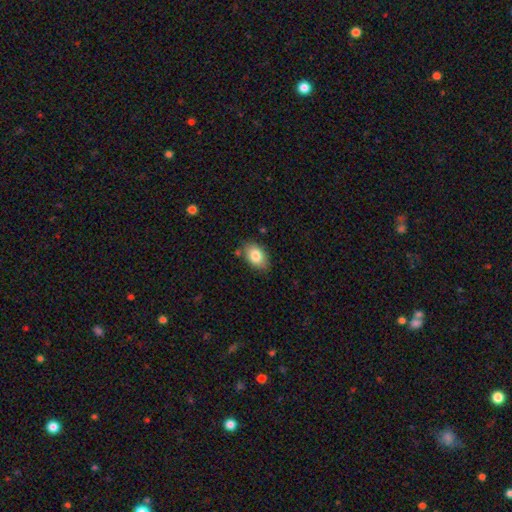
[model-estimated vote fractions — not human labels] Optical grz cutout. It shows a smooth galaxy with no disk features (83%) that is in between round and cigar-shaped (88%). Merging: none (80%).